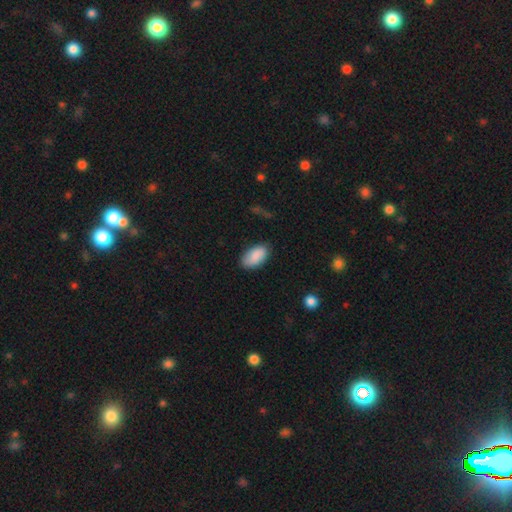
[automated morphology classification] smooth-or-featured: smooth: 86% | featured or disk: 7% | star or artifact: 6%
  how-rounded: in between: 95% | round: 3% | cigar-shaped: 2%
  merging: none: 81% | minor disturbance: 14% | major disturbance: 3% | merger: 1%